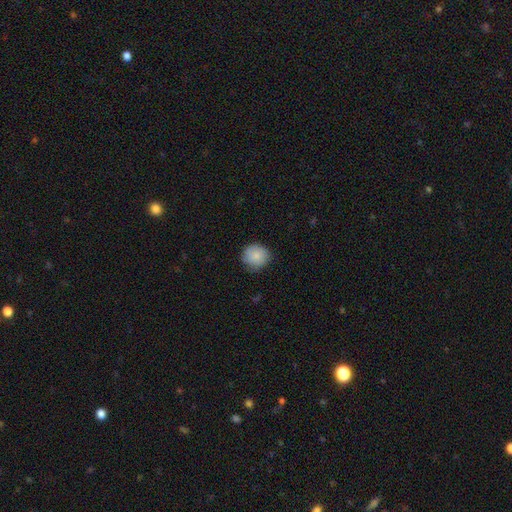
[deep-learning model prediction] Overall: smooth (86%). How rounded: round (89%). Merging: none (78%).